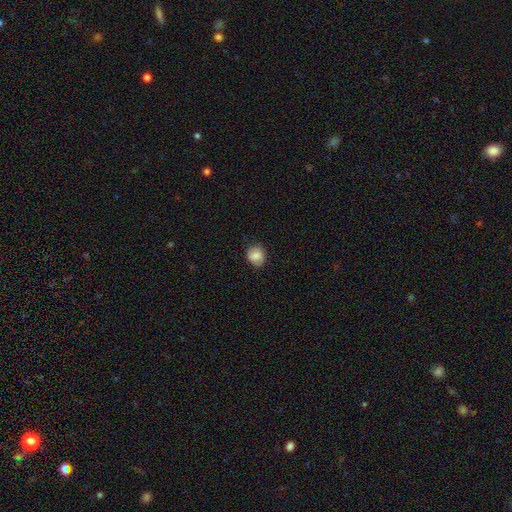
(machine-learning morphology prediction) type=smooth (81%); roundness=round (70%); merging=none (79%).